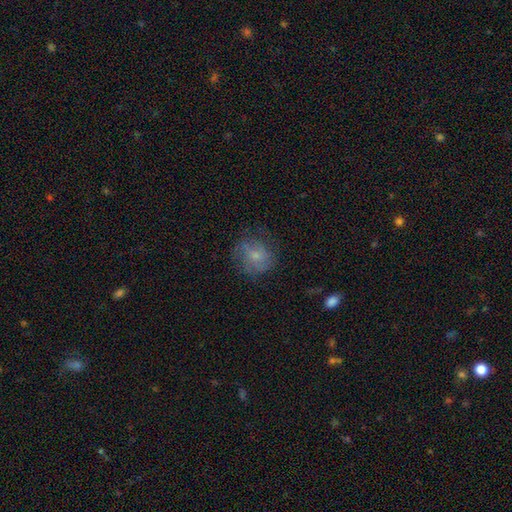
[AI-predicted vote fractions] This appears to be a smooth galaxy with no disk features (62%) that is round (77%). Merging: none (65%).